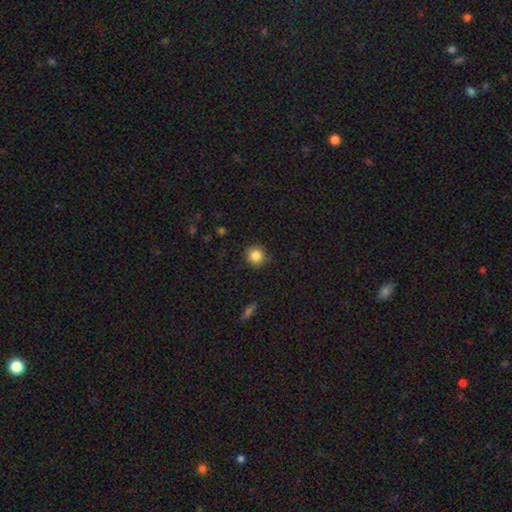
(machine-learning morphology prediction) Smooth or featured?
  - smooth: 85% *
  - star or artifact: 10%
  - featured or disk: 5%
How rounded?
  - round: 93% *
  - in between: 7%
  - cigar-shaped: 1%
Merging?
  - none: 87% *
  - minor disturbance: 9%
  - major disturbance: 2%
  - merger: 1%